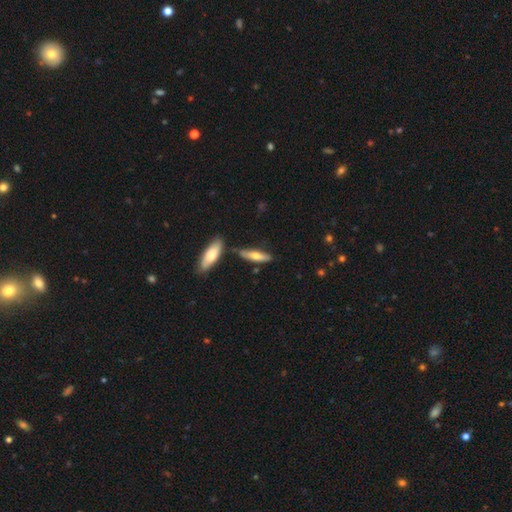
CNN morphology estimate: Smooth or featured?
  - smooth: 62% *
  - featured or disk: 32%
  - star or artifact: 6%
How rounded?
  - cigar-shaped: 67% *
  - in between: 31%
  - round: 2%
Merging?
  - none: 74% *
  - minor disturbance: 13%
  - merger: 10%
  - major disturbance: 3%